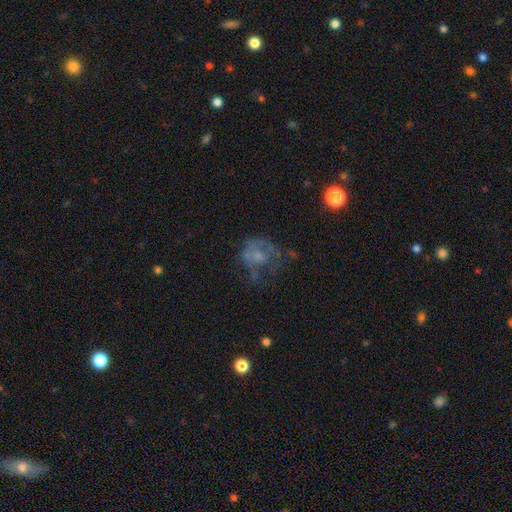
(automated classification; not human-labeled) Smooth or featured: featured or disk — 48% (smooth — 37%)
Merging: major disturbance — 41% (none — 35%)